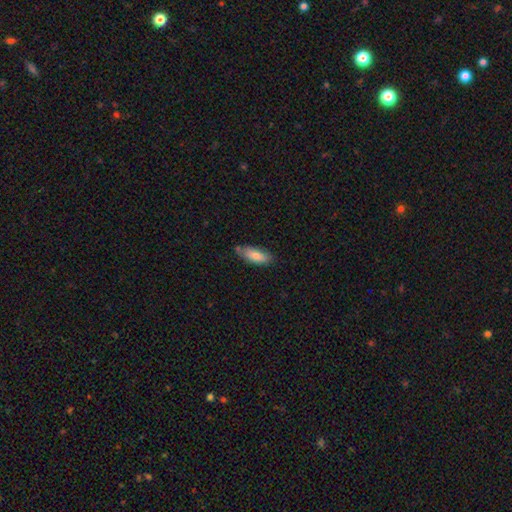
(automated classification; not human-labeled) Overall: smooth (80%). How rounded: in between (76%). Merging: none (73%).